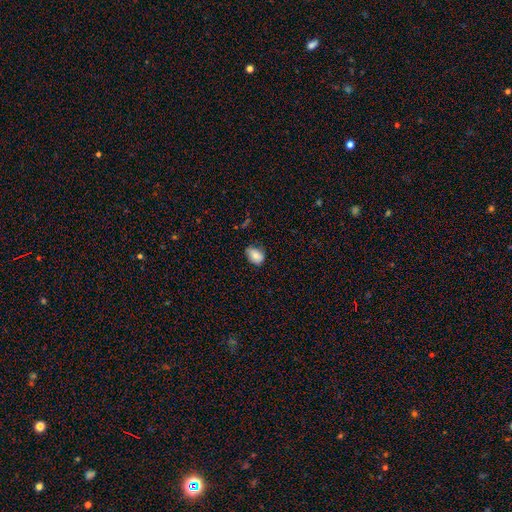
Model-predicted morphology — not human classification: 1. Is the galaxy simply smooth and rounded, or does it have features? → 77% smooth, 15% featured or disk, 9% star or artifact.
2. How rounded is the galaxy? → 65% in between, 33% round, 1% cigar-shaped.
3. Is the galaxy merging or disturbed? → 68% none, 26% minor disturbance, 5% major disturbance, 1% merger.